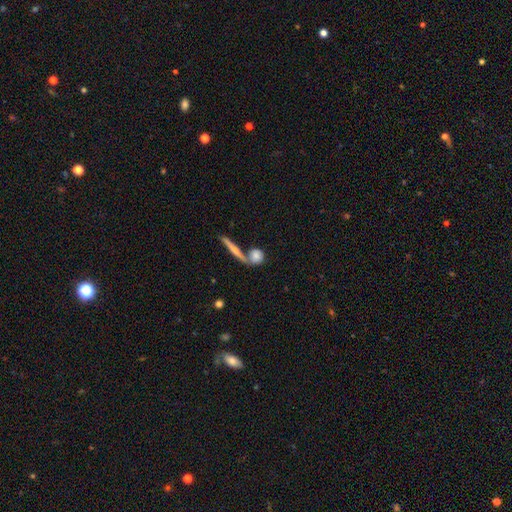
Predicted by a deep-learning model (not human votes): A smooth galaxy with no disk features (72%) that is round (66%). Merging: none (53%).